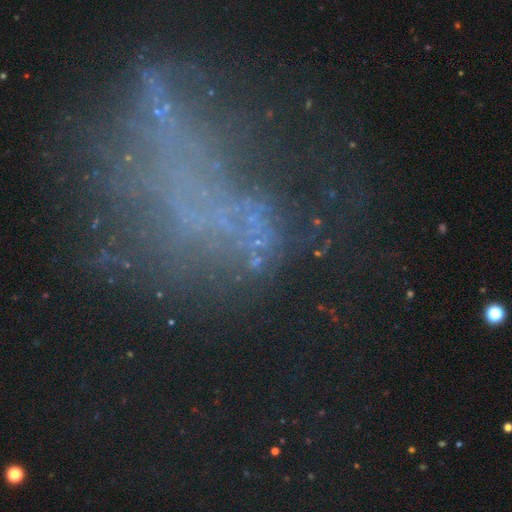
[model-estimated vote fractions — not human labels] Smooth or featured? Predicted: star or artifact (p=0.42).